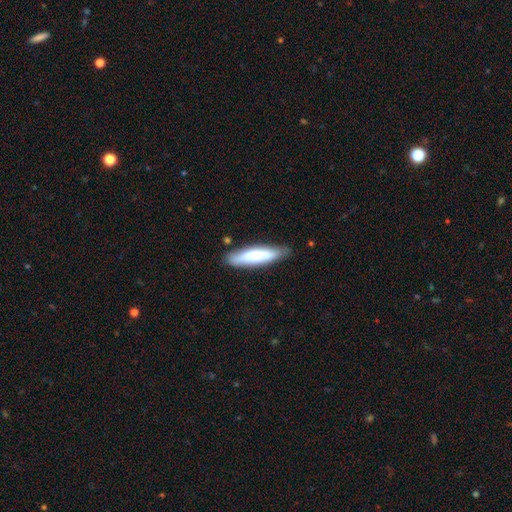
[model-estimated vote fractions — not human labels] smooth 71%, featured or disk 23%, star or artifact 5%. Down the decision tree: how rounded — cigar-shaped (72%); merging — none (80%).